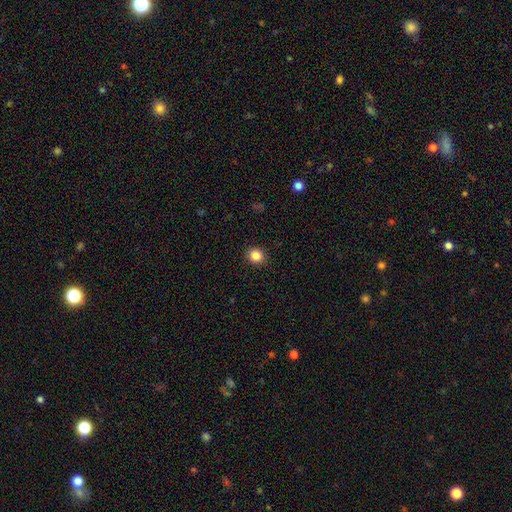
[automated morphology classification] smooth_or_featured: smooth (p=0.85) [alt: star or artifact p=0.11]
how_rounded: round (p=0.81) [alt: in between p=0.18]
merging: none (p=0.92) [alt: minor disturbance p=0.06]